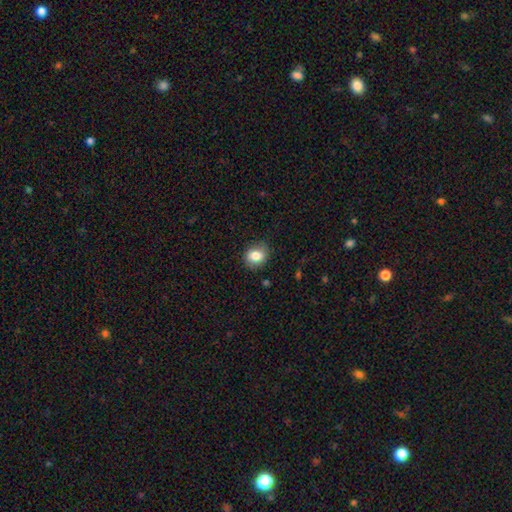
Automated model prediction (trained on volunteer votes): This is clearly a smooth galaxy (83%). How rounded: possibly round (59%). Merging: likely none (80%).